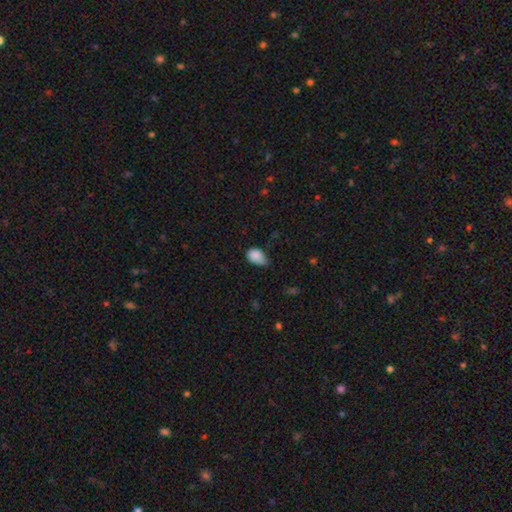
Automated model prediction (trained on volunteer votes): Smooth or featured? Predicted: smooth (p=0.84). How rounded? Predicted: in between (p=0.83). Merging? Predicted: minor disturbance (p=0.52).